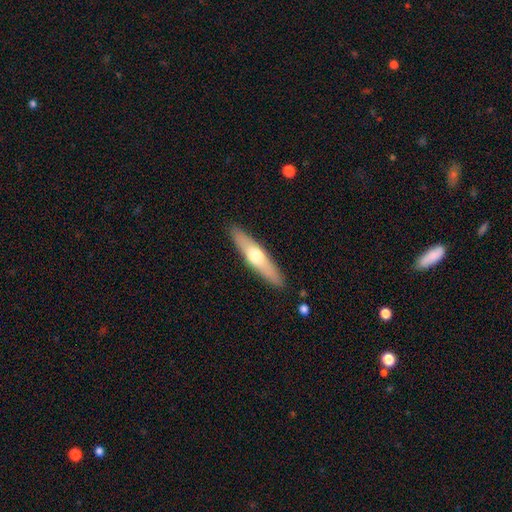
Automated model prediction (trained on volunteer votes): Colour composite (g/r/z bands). It shows a featured or disk galaxy (47%, tied with smooth). Merging: none (90%).